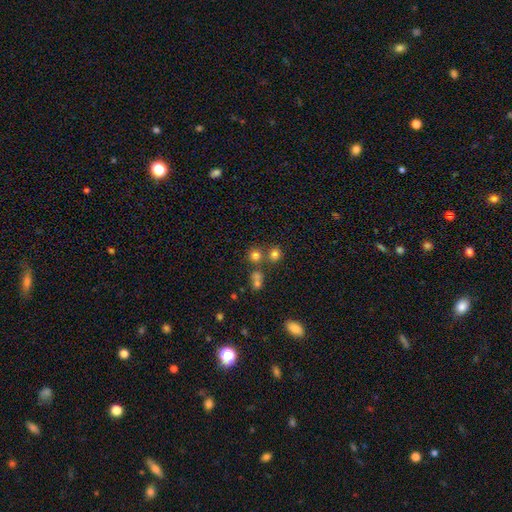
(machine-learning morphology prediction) A smooth galaxy with no disk features (72%) that is round (88%).

Vote fractions:
- Smooth or featured? smooth: 72% / star or artifact: 19% / featured or disk: 9%
- How rounded? round: 88% / in between: 11% / cigar-shaped: 1%
- Merging? none: 62% / merger: 27% / minor disturbance: 7% / major disturbance: 3%